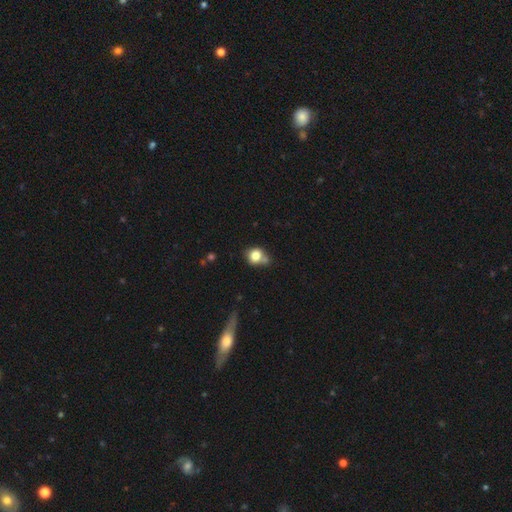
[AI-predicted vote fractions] A smooth galaxy with no disk features (78%) that is round (71%). Merging: none (49%).